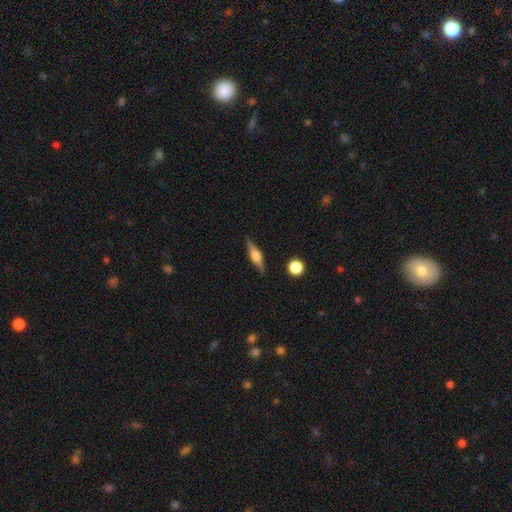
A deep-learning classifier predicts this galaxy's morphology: Overall: featured or disk (64%; smooth 30%). Edge-on disk: yes (96%). Edge-on bulge: rounded (84%). Merging: none (87%).